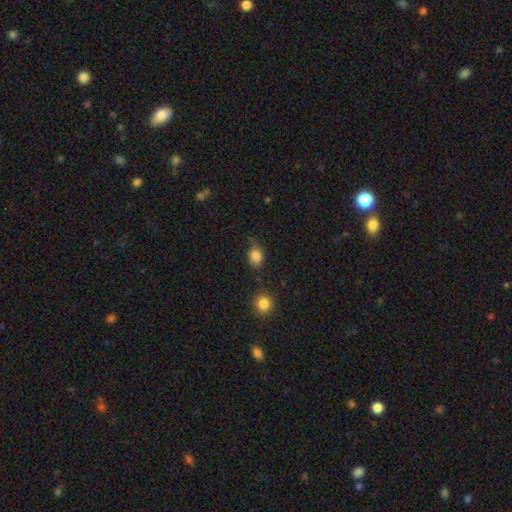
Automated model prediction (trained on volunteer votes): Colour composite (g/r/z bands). It shows a smooth galaxy with no disk features (85%) that is in between round and cigar-shaped (57%). Merging: none (62%).